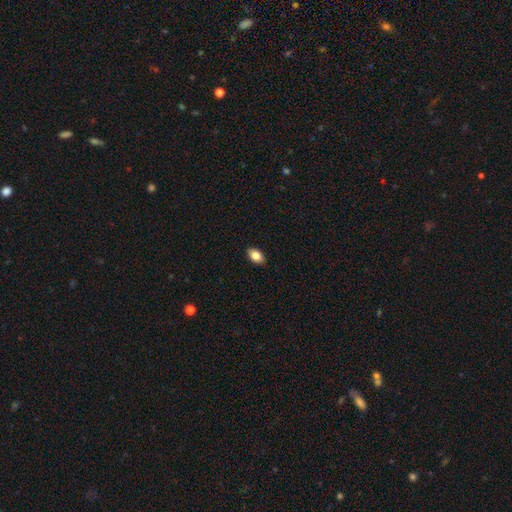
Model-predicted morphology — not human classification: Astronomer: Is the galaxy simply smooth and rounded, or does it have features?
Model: smooth — 84%.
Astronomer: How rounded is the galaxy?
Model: in between — 89%.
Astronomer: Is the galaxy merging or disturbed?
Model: none — 89%.